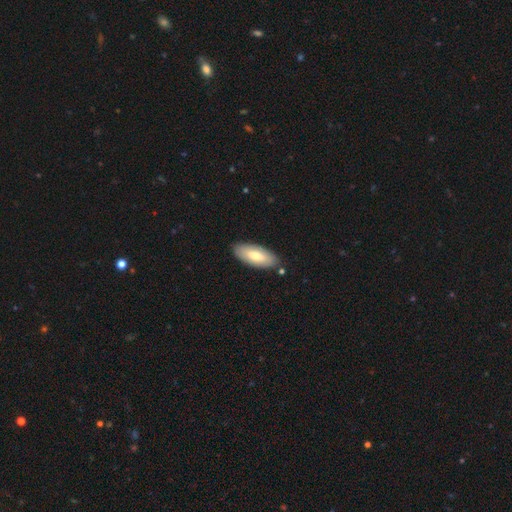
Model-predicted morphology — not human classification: Smooth or featured? smooth (72%)
How rounded? in between (83%)
Merging? none (85%)